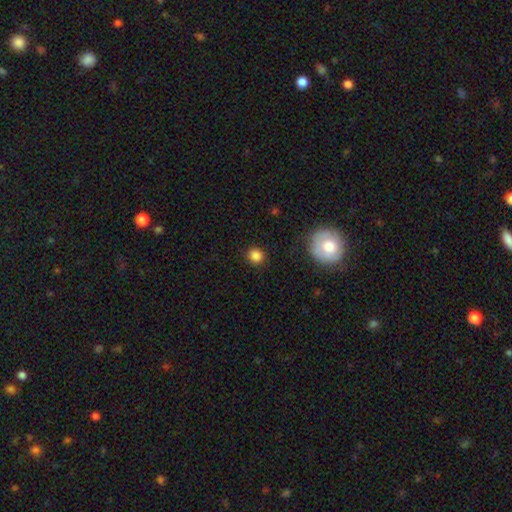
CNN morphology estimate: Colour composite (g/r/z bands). It shows a smooth galaxy with no disk features (85%) that is round (88%). Merging: none (88%).